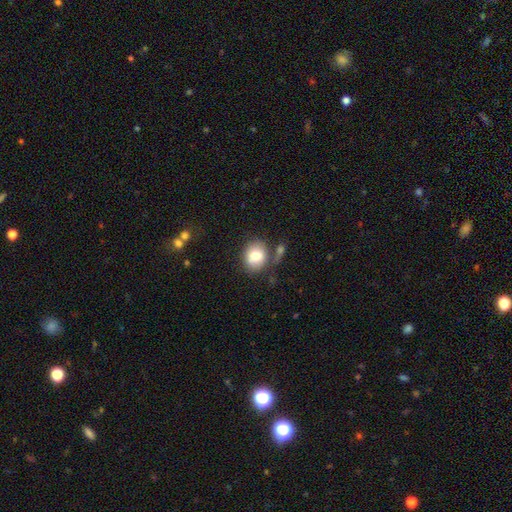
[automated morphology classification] A smooth galaxy with no disk features (78%) that is round (64%). Merging: none (63%).